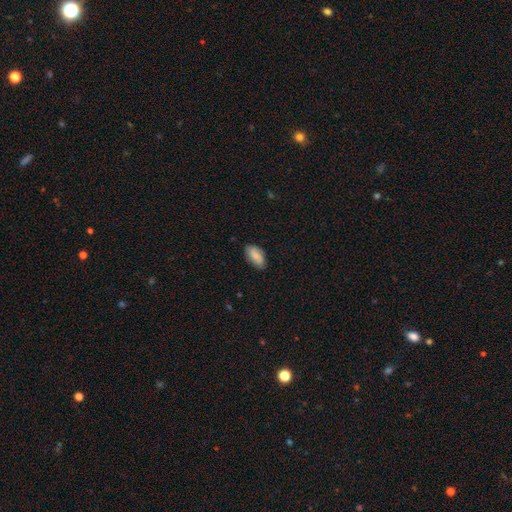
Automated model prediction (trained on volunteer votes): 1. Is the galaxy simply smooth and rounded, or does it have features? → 83% smooth, 10% featured or disk, 7% star or artifact.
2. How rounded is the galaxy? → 93% in between, 4% cigar-shaped, 3% round.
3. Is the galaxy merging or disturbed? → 77% none, 19% minor disturbance, 3% major disturbance, 1% merger.